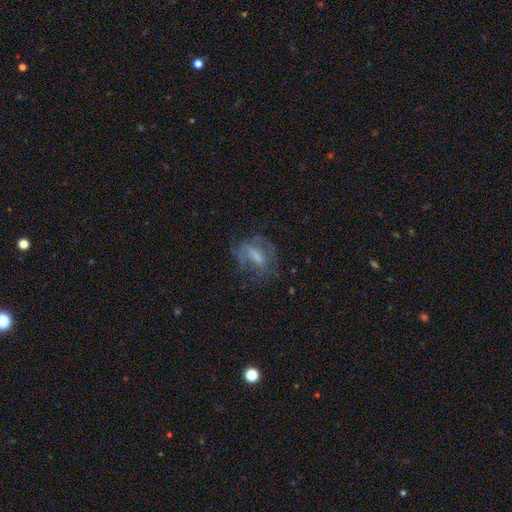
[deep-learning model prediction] Smooth or featured: featured or disk — 52% (smooth — 36%)
Edge-on disk: no — 90% (yes — 10%)
Merging: none — 47% (major disturbance — 28%)